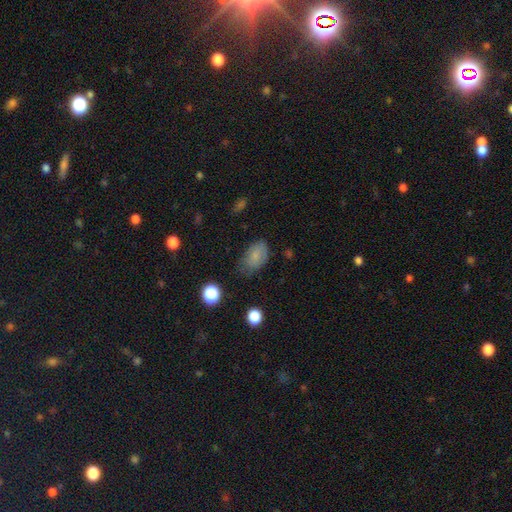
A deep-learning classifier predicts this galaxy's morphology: smooth_or_featured: smooth (p=0.79) [alt: featured or disk p=0.12]
how_rounded: in between (p=0.90) [alt: round p=0.08]
merging: none (p=0.64) [alt: minor disturbance p=0.26]